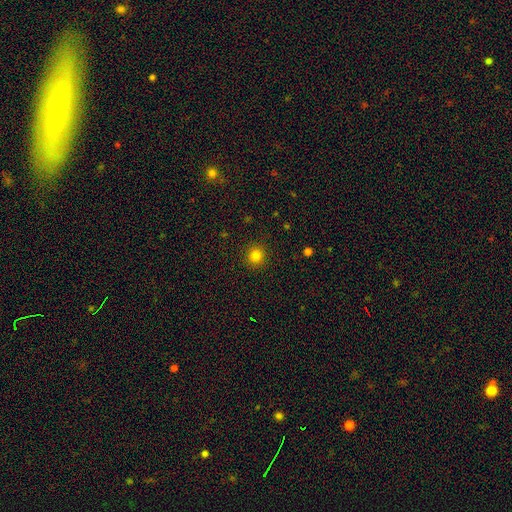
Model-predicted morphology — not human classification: smooth_or_featured: smooth (p=0.82) [alt: star or artifact p=0.13]
how_rounded: round (p=0.93) [alt: in between p=0.06]
merging: none (p=0.92) [alt: minor disturbance p=0.05]